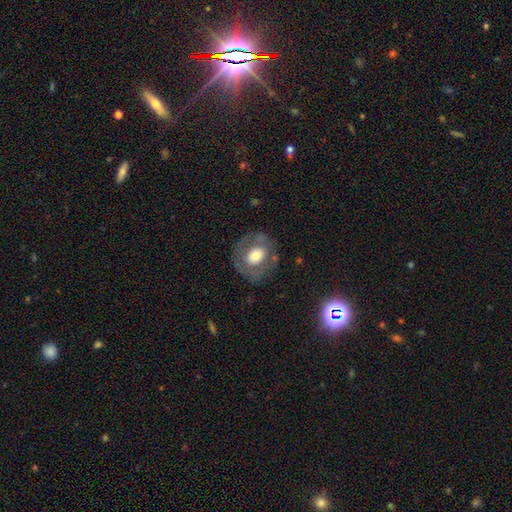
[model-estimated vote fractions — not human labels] This appears to be a smooth galaxy with no disk features (53%) that is round (67%). Merging: none (72%).